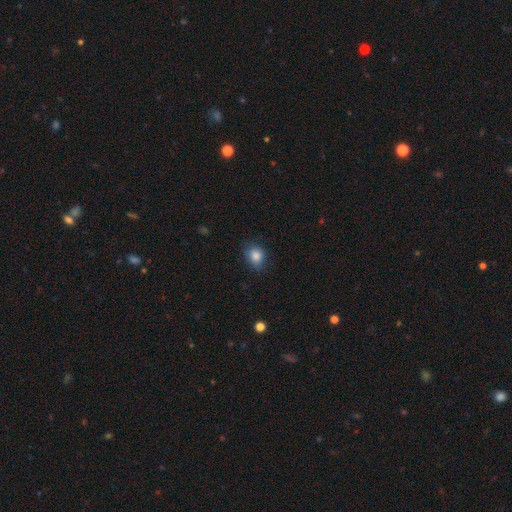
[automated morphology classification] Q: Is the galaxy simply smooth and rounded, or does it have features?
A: smooth — 86%.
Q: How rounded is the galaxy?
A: round — 58%.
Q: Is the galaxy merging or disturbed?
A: none — 77%.